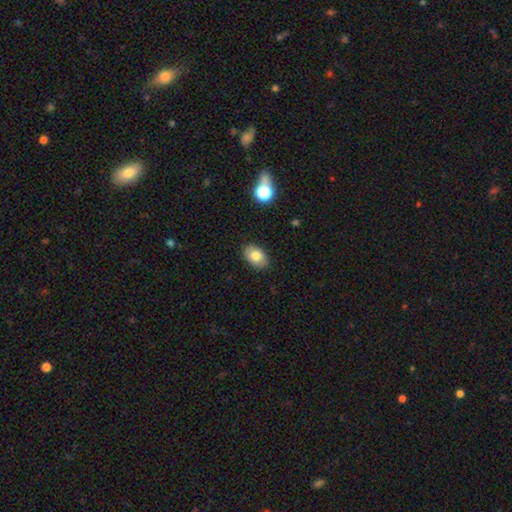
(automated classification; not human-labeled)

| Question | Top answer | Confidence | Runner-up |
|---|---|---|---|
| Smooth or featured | smooth | 79% | featured or disk (12%) |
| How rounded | in between | 82% | round (17%) |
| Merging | none | 88% | minor disturbance (8%) |